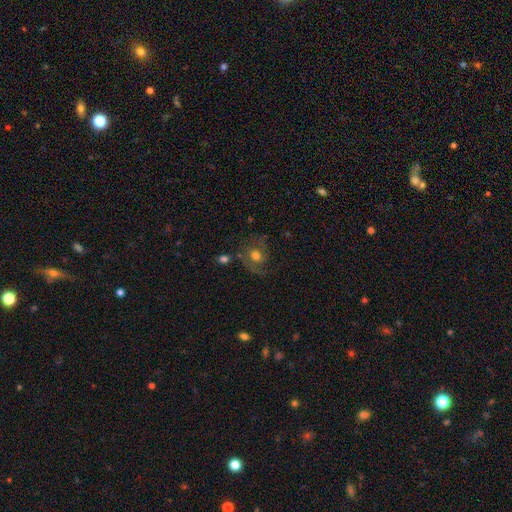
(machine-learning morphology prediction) Smooth or featured: featured or disk — 68% (smooth — 22%)
Edge-on disk: no — 97% (yes — 3%)
Bar: no — 70% (weak — 25%)
Spiral arms: yes — 89% (no — 11%)
Spiral winding: medium — 50% (tight — 27%)
Spiral arm count: 2 — 77% (1 — 10%)
Bulge size: moderate — 70% (small — 17%)
Merging: none — 67% (minor disturbance — 17%)